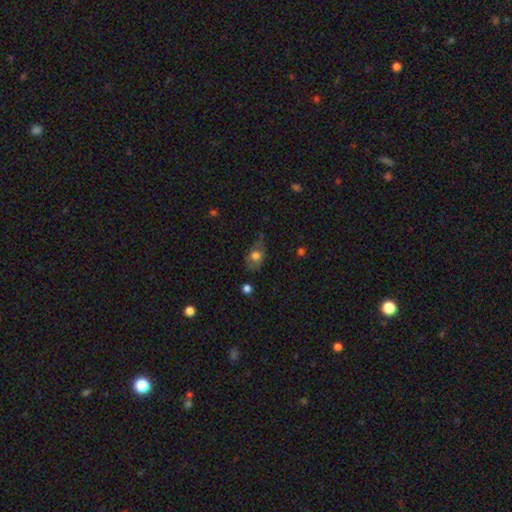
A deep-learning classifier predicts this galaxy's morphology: A smooth galaxy with no disk features (65%) that is in between round and cigar-shaped (71%). Merging: none (49%).